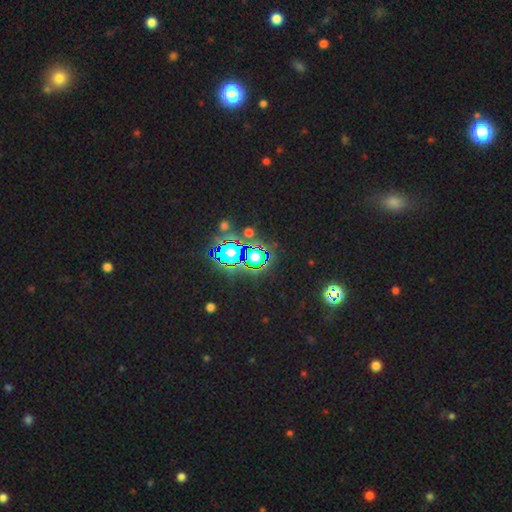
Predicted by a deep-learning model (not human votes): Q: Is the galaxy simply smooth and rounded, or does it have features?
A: star or artifact — 78%.